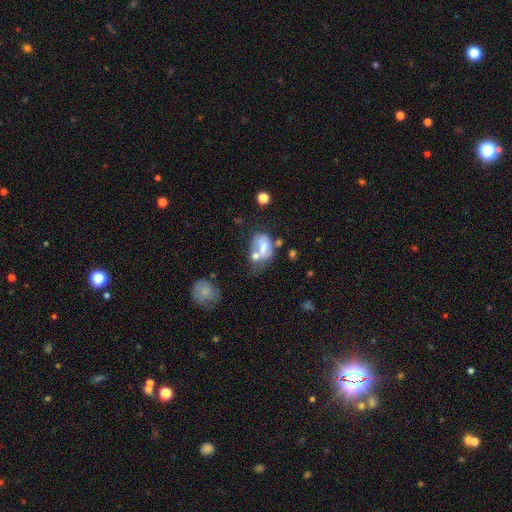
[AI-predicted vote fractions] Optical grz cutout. It shows a smooth galaxy with no disk features (55%) that is in between round and cigar-shaped (76%). Merging: merger (47%).